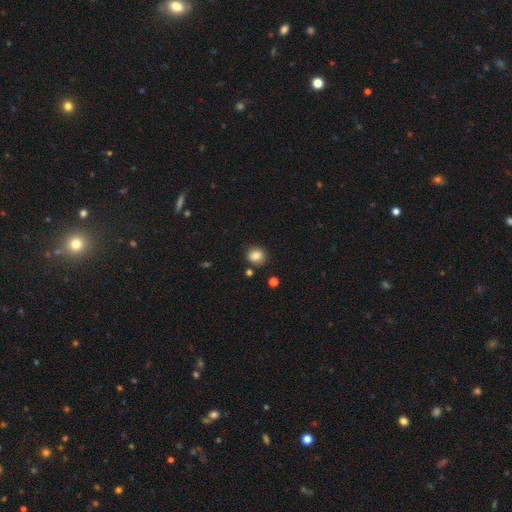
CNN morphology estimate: The model was most divided on "how rounded": round: 66%, in between: 33%, cigar-shaped: 1%. More confident: smooth or featured — smooth (83%); merging — none (81%).